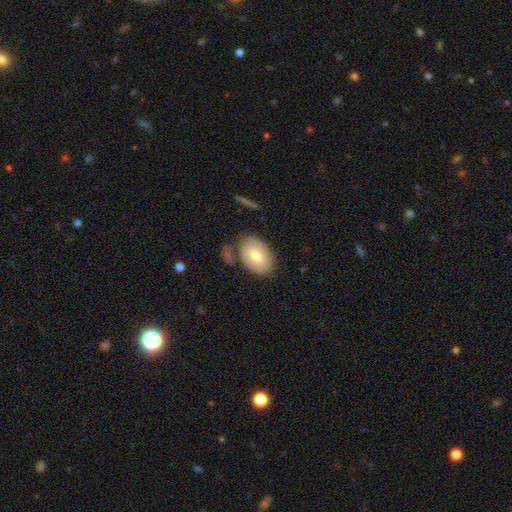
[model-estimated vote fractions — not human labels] This appears to be a smooth galaxy with no disk features (75%) that is in between round and cigar-shaped (87%). Merging: none (70%).